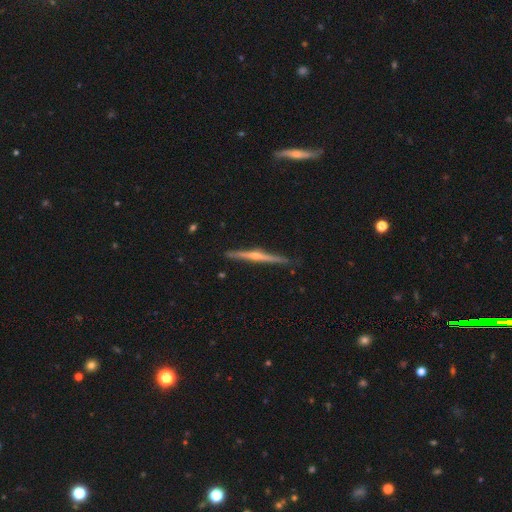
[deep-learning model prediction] Overall: featured or disk (78%). Edge-on disk: yes (97%). Edge-on bulge: rounded (82%). Merging: none (87%).